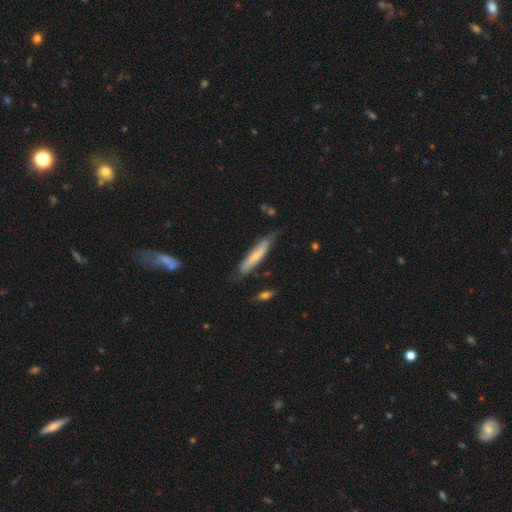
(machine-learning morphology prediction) Smooth or featured?
  - smooth: 60% *
  - featured or disk: 34%
  - star or artifact: 6%
How rounded?
  - cigar-shaped: 85% *
  - in between: 13%
  - round: 1%
Merging?
  - none: 63% *
  - minor disturbance: 27%
  - major disturbance: 7%
  - merger: 3%